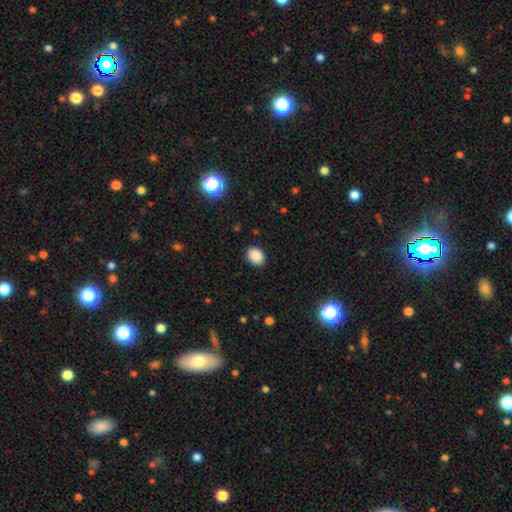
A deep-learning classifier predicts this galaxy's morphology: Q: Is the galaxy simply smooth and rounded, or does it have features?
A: smooth — 88%.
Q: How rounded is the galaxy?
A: in between — 68%.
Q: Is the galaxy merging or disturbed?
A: none — 88%.